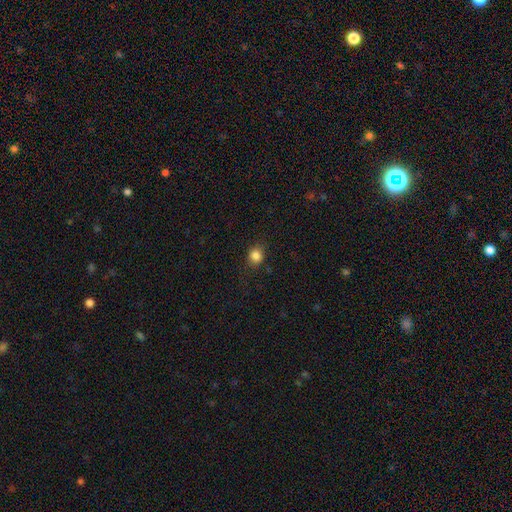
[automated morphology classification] smooth-or-featured: smooth: 84% | star or artifact: 11% | featured or disk: 5%
  how-rounded: round: 71% | in between: 28% | cigar-shaped: 1%
  merging: none: 82% | minor disturbance: 13% | major disturbance: 4% | merger: 1%